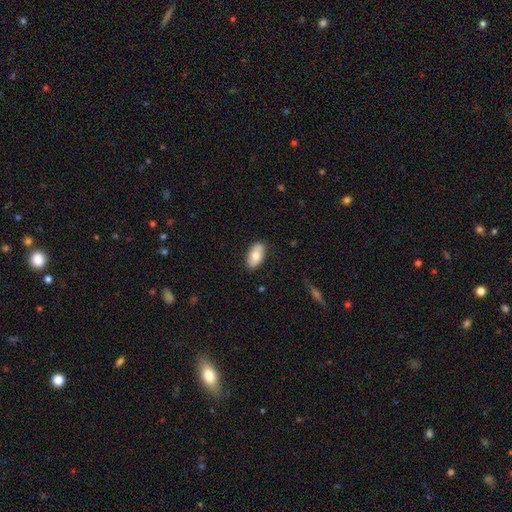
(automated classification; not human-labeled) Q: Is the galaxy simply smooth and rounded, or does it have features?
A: smooth — 73%.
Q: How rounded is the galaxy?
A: in between — 93%.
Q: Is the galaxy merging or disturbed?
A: none — 83%.